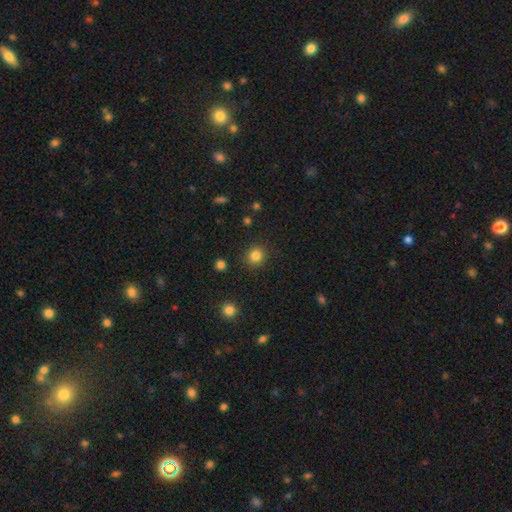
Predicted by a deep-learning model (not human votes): Smooth or featured?
  - smooth: 83% *
  - star or artifact: 12%
  - featured or disk: 5%
How rounded?
  - round: 87% *
  - in between: 12%
  - cigar-shaped: 1%
Merging?
  - none: 89% *
  - minor disturbance: 7%
  - major disturbance: 3%
  - merger: 2%